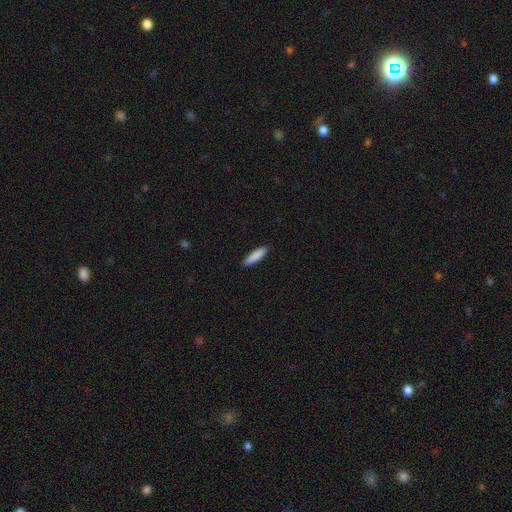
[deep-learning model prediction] A smooth galaxy with no disk features (88%) that is cigar-shaped (74%).

Vote fractions:
- Smooth or featured? smooth: 88% / featured or disk: 6% / star or artifact: 6%
- How rounded? cigar-shaped: 74% / in between: 25% / round: 1%
- Merging? none: 90% / minor disturbance: 8% / major disturbance: 2% / merger: 1%